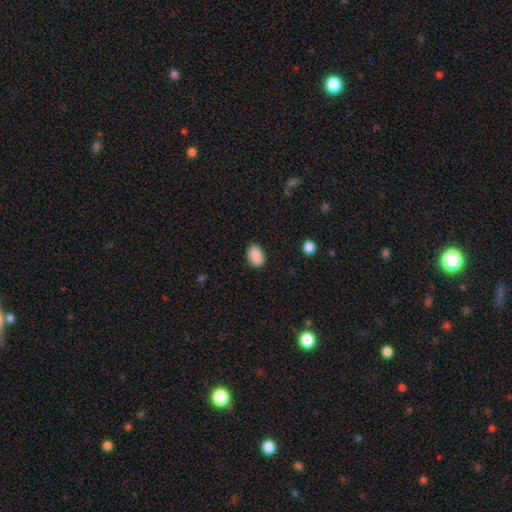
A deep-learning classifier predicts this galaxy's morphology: smooth-or-featured: smooth: 90% | star or artifact: 8% | featured or disk: 3%
  how-rounded: in between: 87% | round: 12% | cigar-shaped: 1%
  merging: none: 87% | minor disturbance: 10% | major disturbance: 2% | merger: 1%